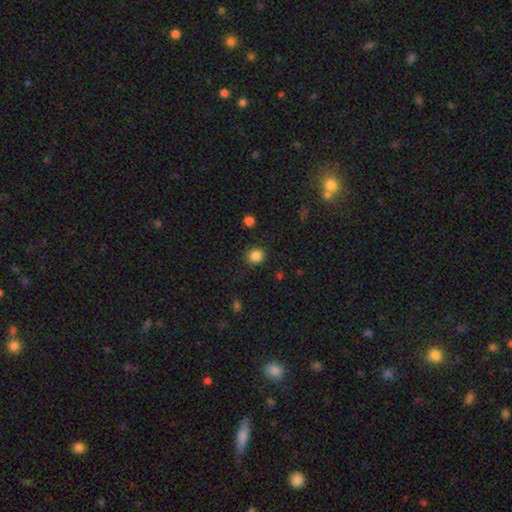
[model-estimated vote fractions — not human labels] This appears to be a smooth galaxy with no disk features (85%) that is round (84%). Merging: none (88%).